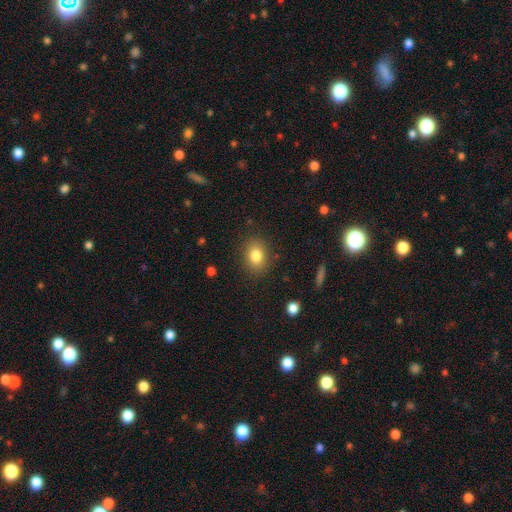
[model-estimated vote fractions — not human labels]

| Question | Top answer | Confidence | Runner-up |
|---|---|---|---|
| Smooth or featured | smooth | 82% | star or artifact (10%) |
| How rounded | in between | 62% | round (37%) |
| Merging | none | 86% | minor disturbance (10%) |